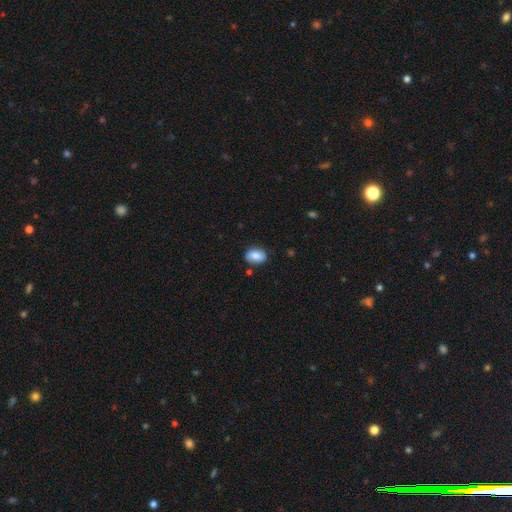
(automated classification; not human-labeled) Smooth or featured?
  - smooth: 83% *
  - featured or disk: 10%
  - star or artifact: 8%
How rounded?
  - in between: 82% *
  - round: 17%
  - cigar-shaped: 1%
Merging?
  - none: 81% *
  - minor disturbance: 13%
  - merger: 3%
  - major disturbance: 3%